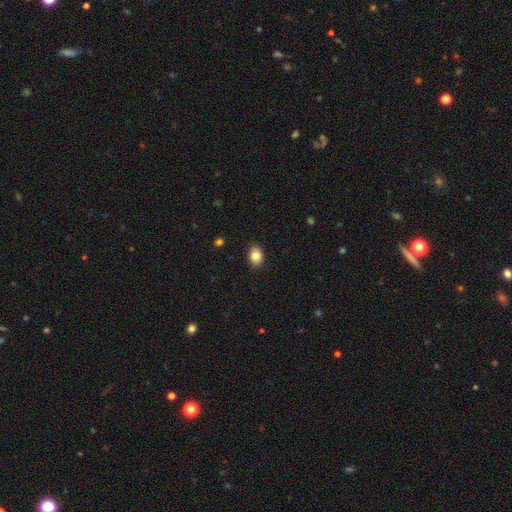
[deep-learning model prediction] smooth 85%, star or artifact 9%, featured or disk 7%. Down the decision tree: how rounded — in between (73%); merging — none (90%).